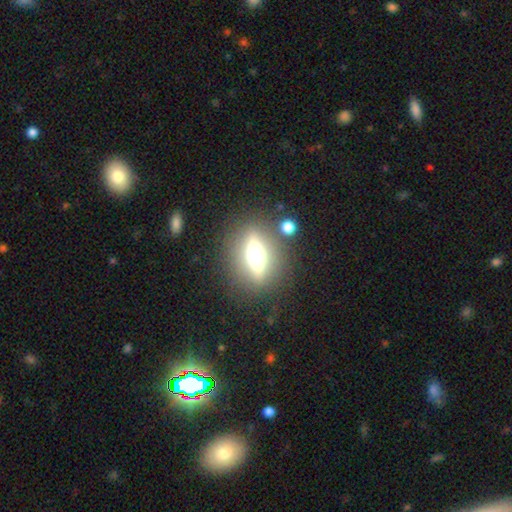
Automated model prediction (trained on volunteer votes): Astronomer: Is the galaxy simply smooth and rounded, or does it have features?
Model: featured or disk — 52% (runner-up: smooth, 31%).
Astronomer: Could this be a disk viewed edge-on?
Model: yes — 77%.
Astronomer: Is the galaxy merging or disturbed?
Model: none — 79%.